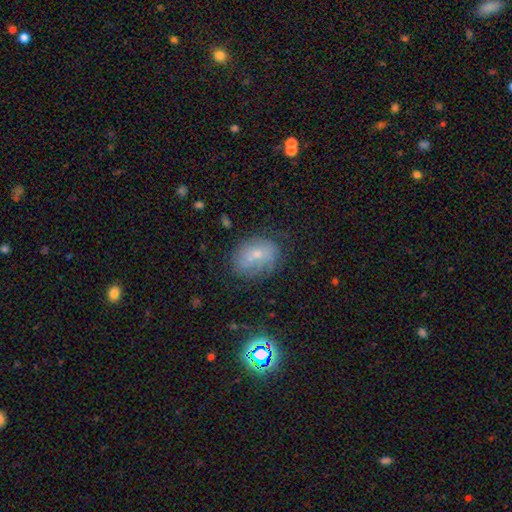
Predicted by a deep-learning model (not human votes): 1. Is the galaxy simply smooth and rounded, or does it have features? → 55% smooth, 30% featured or disk, 15% star or artifact.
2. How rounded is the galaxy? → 68% in between, 31% round, 1% cigar-shaped.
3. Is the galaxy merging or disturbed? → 59% none, 24% minor disturbance, 11% major disturbance, 5% merger.